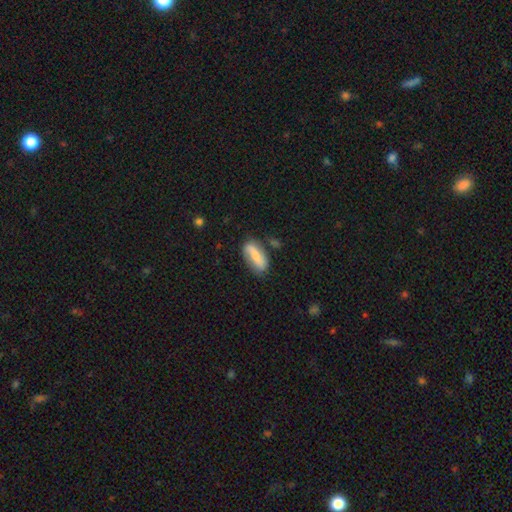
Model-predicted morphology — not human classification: The model was most divided on "smooth or featured": smooth: 55%, featured or disk: 38%, star or artifact: 7%. More confident: how rounded — in between (73%); merging — none (72%).